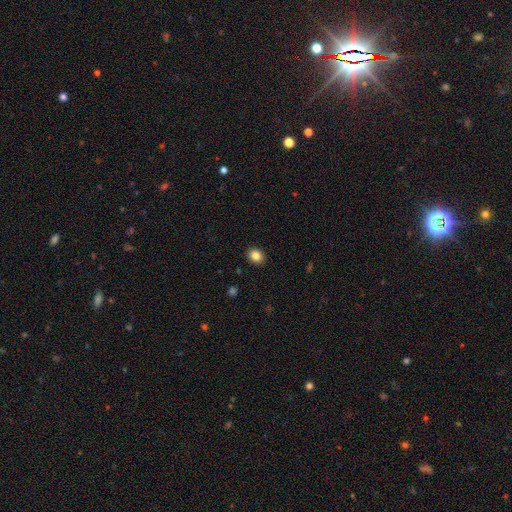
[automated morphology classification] Overall: smooth (84%). How rounded: round (54%; in between 45%). Merging: none (91%).